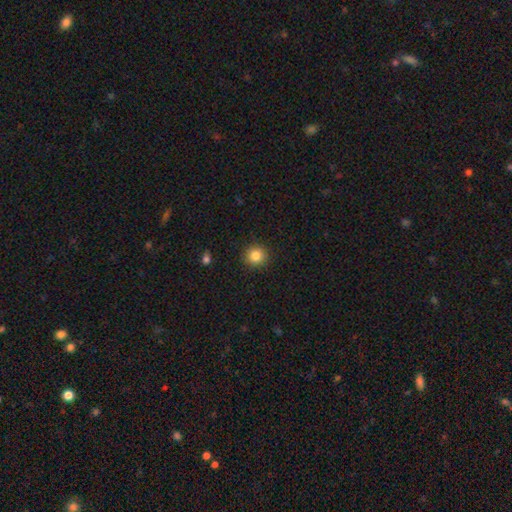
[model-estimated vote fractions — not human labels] Morphology: type=smooth (84%); roundness=round (91%); merging=none (91%).